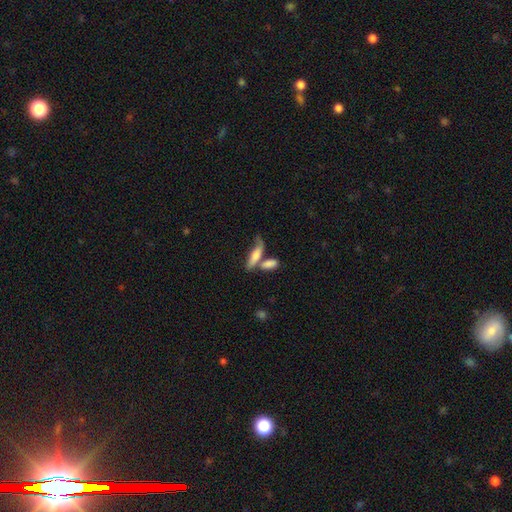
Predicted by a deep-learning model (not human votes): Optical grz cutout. It shows a smooth galaxy with no disk features (67%) that is cigar-shaped (51%). Merging: merger (40%).